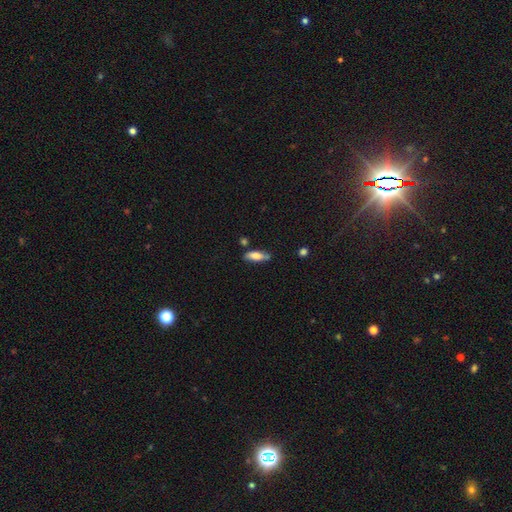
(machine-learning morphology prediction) Overall: smooth (72%). How rounded: in between (57%; cigar-shaped 41%). Merging: none (72%).